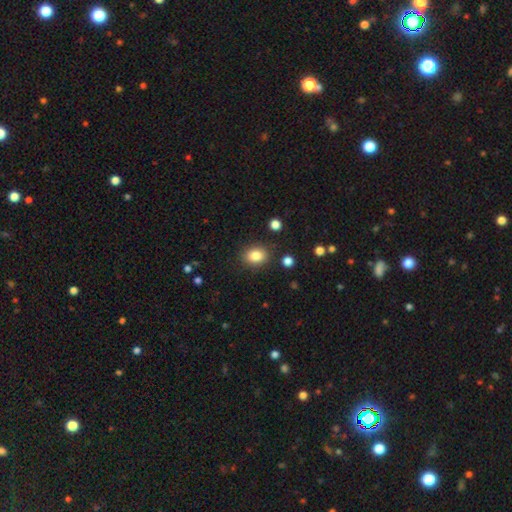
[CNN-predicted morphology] This is clearly a smooth galaxy (84%). How rounded: possibly in between (52%). Merging: clearly none (86%).